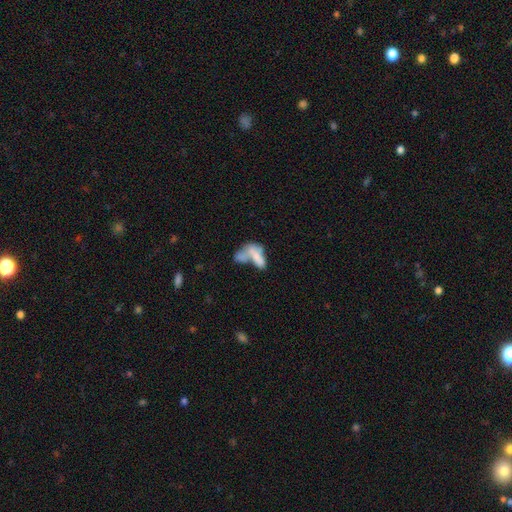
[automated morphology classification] type=smooth (60%); roundness=in between (80%); merging=merger (67%).